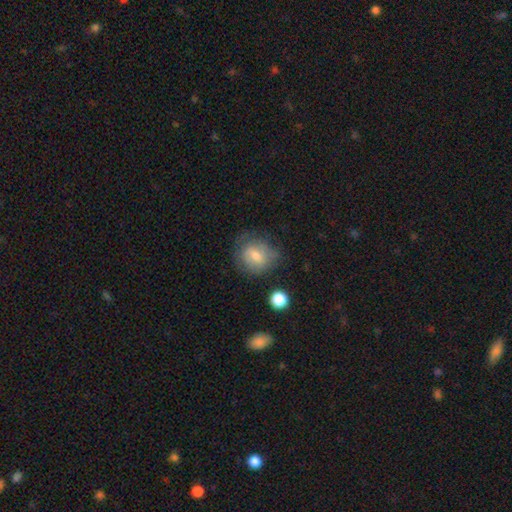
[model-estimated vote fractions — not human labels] A smooth galaxy with no disk features (66%) that is round (69%).

Vote fractions:
- Smooth or featured? smooth: 66% / featured or disk: 25% / star or artifact: 9%
- How rounded? round: 69% / in between: 30% / cigar-shaped: 1%
- Merging? none: 64% / minor disturbance: 24% / major disturbance: 10% / merger: 3%